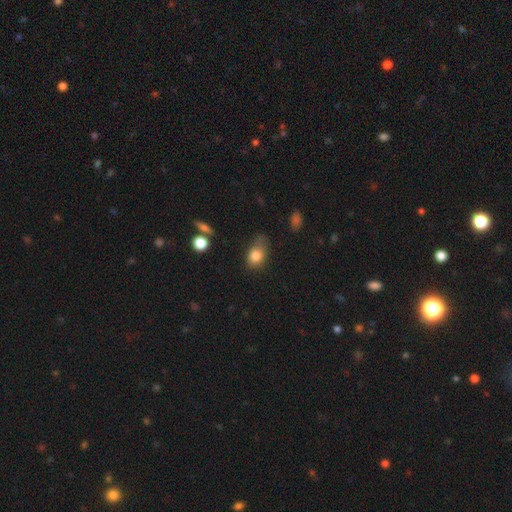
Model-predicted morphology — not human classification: Q: Smooth or featured?
A: smooth (81%); runner-up: featured or disk (9%)
Q: How rounded?
A: in between (71%); runner-up: round (27%)
Q: Merging?
A: none (44%); runner-up: minor disturbance (37%)